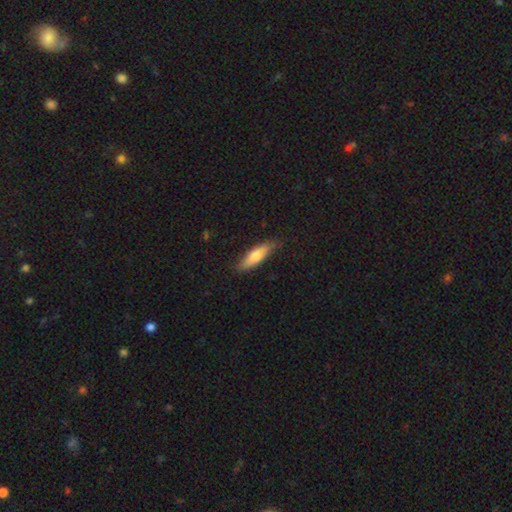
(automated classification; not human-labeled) A smooth galaxy with no disk features (70%) that is cigar-shaped (57%).

Vote fractions:
- Smooth or featured? smooth: 70% / featured or disk: 25% / star or artifact: 6%
- How rounded? cigar-shaped: 57% / in between: 42% / round: 2%
- Merging? none: 79% / minor disturbance: 17% / major disturbance: 3% / merger: 1%